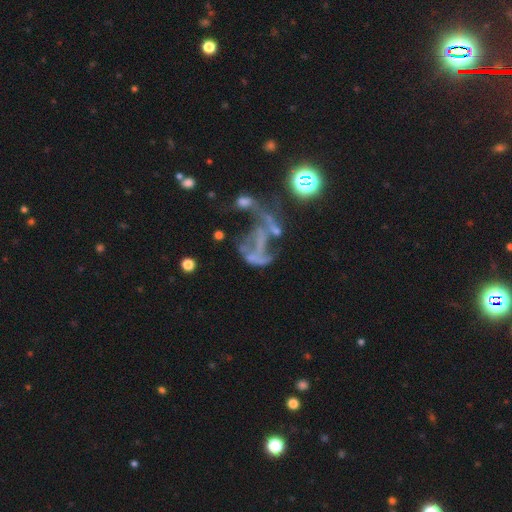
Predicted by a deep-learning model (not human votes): This appears to be a featured or disk galaxy (59%) with no bar (75%), no spiral arms (69%) and no central bulge (77%). Merging: major disturbance (39%).